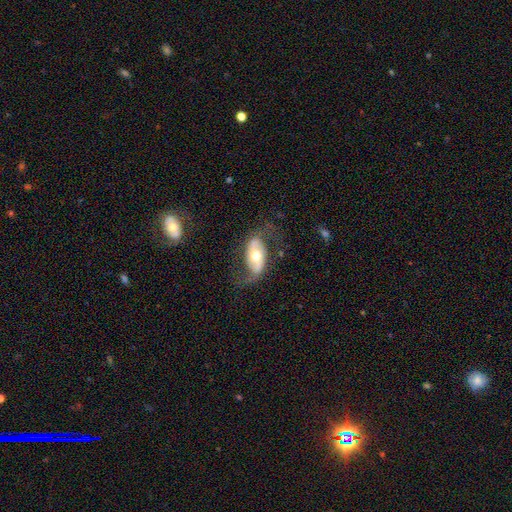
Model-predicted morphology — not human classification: Smooth or featured? Predicted: featured or disk (p=0.71). Edge-on disk? Predicted: no (p=0.92). Bar? Predicted: no (p=0.57). Spiral arms? Predicted: yes (p=0.80). Spiral winding? Predicted: loose (p=0.62). Spiral arm count? Predicted: 2 (p=0.88). Bulge size? Predicted: moderate (p=0.73). Merging? Predicted: none (p=0.63).